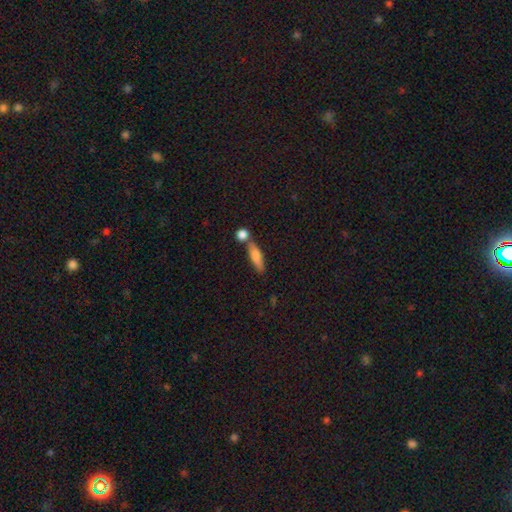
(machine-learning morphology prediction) Smooth or featured? smooth (77%)
How rounded? cigar-shaped (59%)
Merging? none (57%)